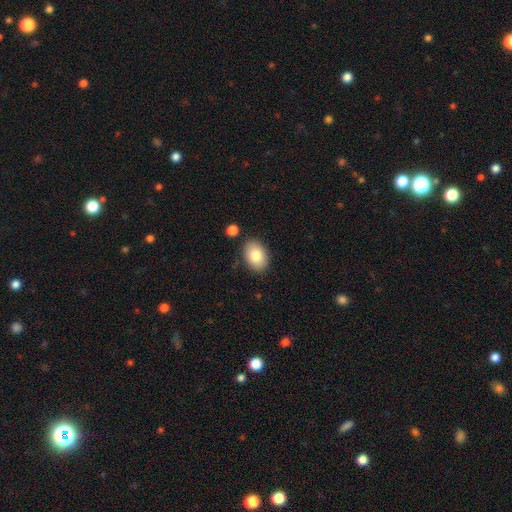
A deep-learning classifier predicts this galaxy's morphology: Smooth or featured?
  - smooth: 81% *
  - featured or disk: 11%
  - star or artifact: 8%
How rounded?
  - in between: 83% *
  - round: 16%
  - cigar-shaped: 1%
Merging?
  - none: 84% *
  - minor disturbance: 10%
  - merger: 3%
  - major disturbance: 2%